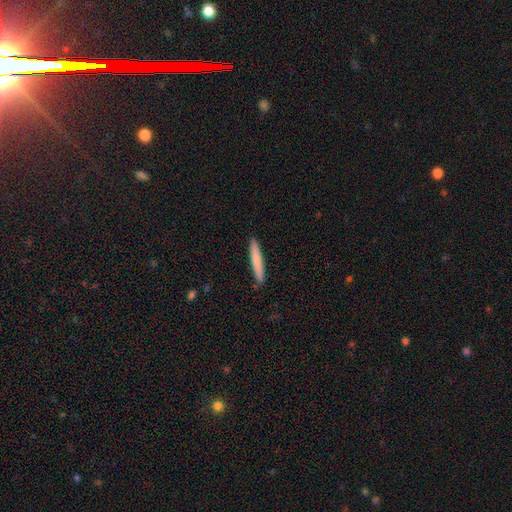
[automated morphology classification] Overall: smooth (77%). How rounded: cigar-shaped (95%). Merging: none (91%).